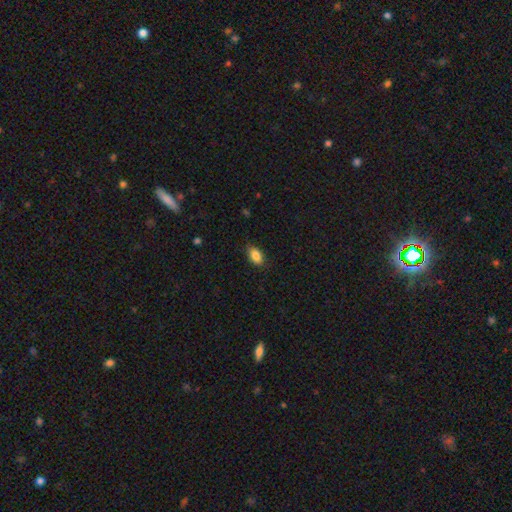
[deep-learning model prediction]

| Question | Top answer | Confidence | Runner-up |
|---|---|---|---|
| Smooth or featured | smooth | 87% | star or artifact (8%) |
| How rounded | in between | 90% | round (7%) |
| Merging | none | 84% | minor disturbance (13%) |